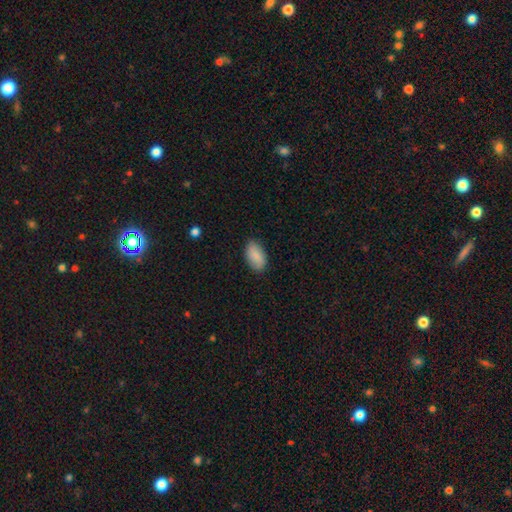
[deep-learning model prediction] Q: Smooth or featured?
A: smooth (86%); runner-up: featured or disk (8%)
Q: How rounded?
A: in between (94%); runner-up: round (4%)
Q: Merging?
A: none (84%); runner-up: minor disturbance (12%)